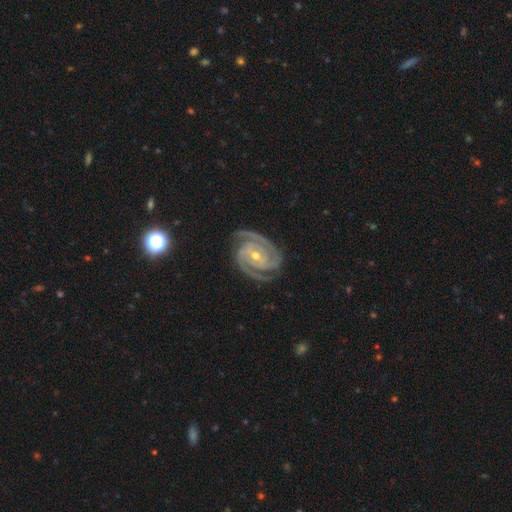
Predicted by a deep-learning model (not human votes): This is clearly a featured or disk galaxy (93%). It is clearly not viewed edge-on (98%). Bar: possibly no (55%). Spiral arm pattern: clearly yes (99%). Spiral arm count: possibly 2 (58%). Spiral winding: likely tight (73%). Central bulge: possibly small (59%). Merging: clearly none (81%).